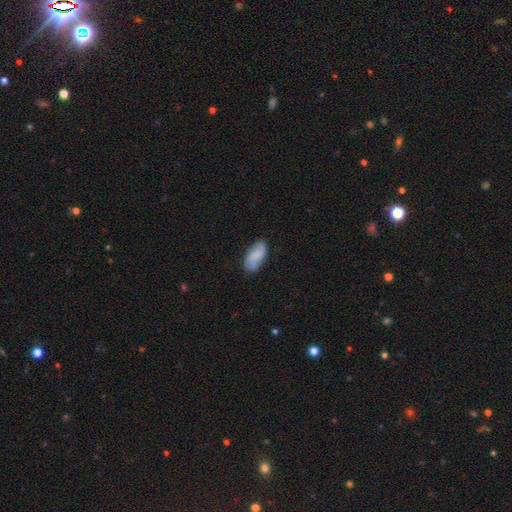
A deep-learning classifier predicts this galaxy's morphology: Overall: smooth (70%). How rounded: in between (92%). Merging: none (75%).